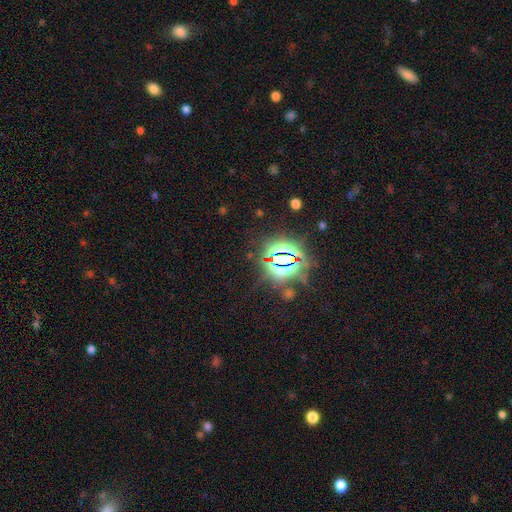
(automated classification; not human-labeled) star or artifact 85%, smooth 8%, featured or disk 6%.